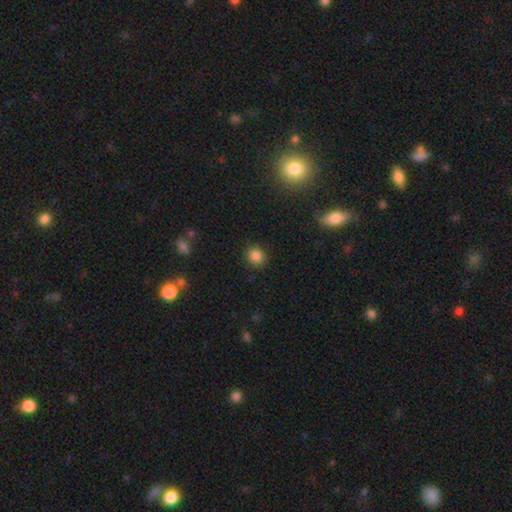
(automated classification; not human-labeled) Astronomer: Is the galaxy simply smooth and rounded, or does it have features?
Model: smooth — 85%.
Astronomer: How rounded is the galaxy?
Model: round — 76%.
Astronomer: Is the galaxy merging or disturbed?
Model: none — 87%.